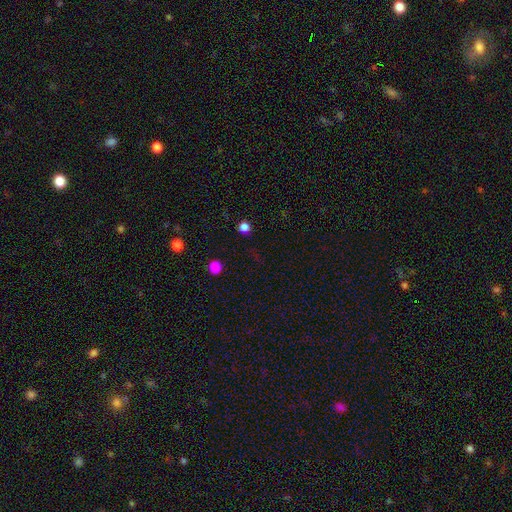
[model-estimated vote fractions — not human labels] Smooth or featured? smooth (48%)
Merging? none (85%)